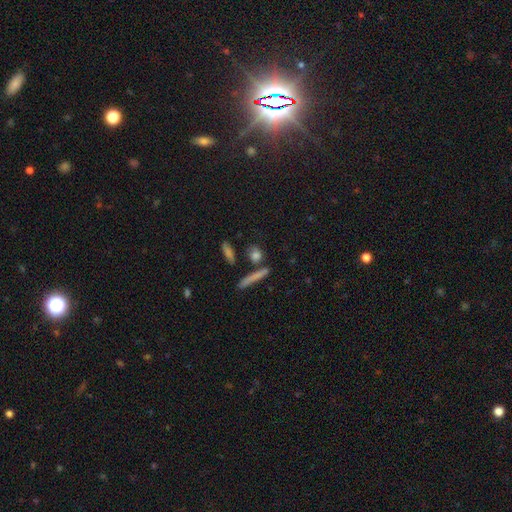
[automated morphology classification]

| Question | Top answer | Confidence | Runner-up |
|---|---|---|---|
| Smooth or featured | smooth | 73% | featured or disk (16%) |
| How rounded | round | 40% | cigar-shaped (33%) |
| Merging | none | 71% | merger (12%) |